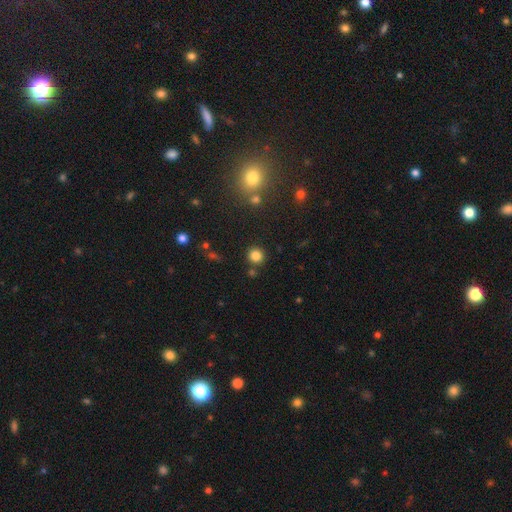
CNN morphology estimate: Overall: smooth (81%). How rounded: round (92%). Merging: none (85%).